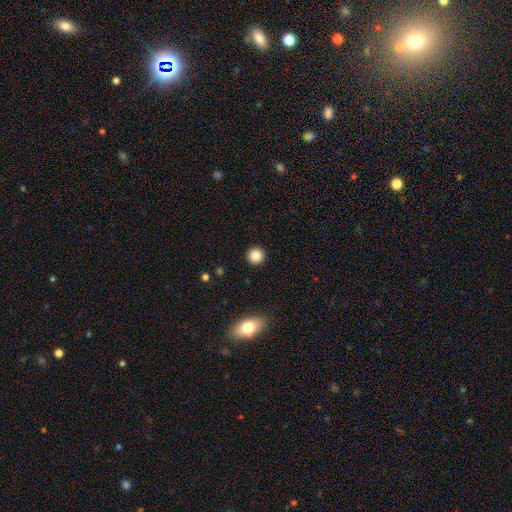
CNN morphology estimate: smooth-or-featured: smooth: 85% | star or artifact: 10% | featured or disk: 4%
  how-rounded: round: 95% | in between: 4% | cigar-shaped: 1%
  merging: none: 93% | minor disturbance: 4% | major disturbance: 2% | merger: 1%